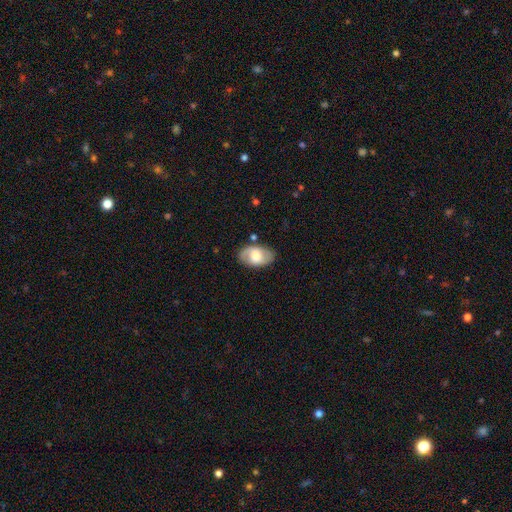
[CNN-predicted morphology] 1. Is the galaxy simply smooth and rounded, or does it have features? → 52% smooth, 41% featured or disk, 7% star or artifact.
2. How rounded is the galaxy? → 91% in between, 7% round, 1% cigar-shaped.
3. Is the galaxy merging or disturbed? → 77% none, 16% minor disturbance, 4% major disturbance, 3% merger.